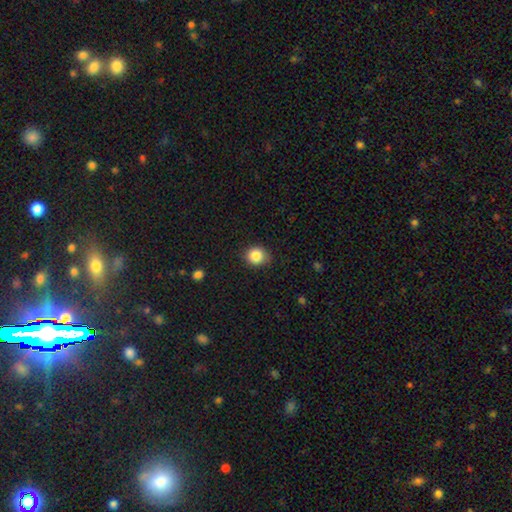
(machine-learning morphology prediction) This appears to be a smooth galaxy with no disk features (85%) that is round (80%). Merging: none (82%).